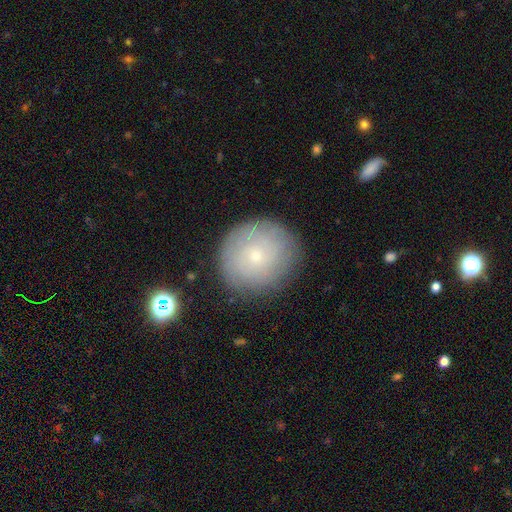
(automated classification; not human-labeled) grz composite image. It shows a smooth galaxy with no disk features (57%) that is round (90%). Merging: none (84%).